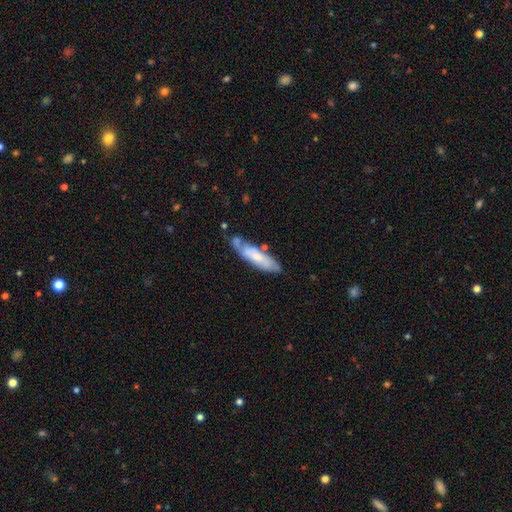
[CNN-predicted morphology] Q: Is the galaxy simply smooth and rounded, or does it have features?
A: smooth — 48%.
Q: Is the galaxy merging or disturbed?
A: none — 60%.